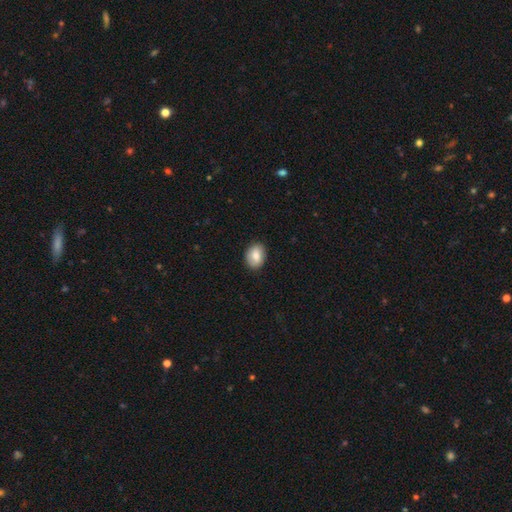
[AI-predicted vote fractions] A smooth galaxy with no disk features (79%) that is in between round and cigar-shaped (68%). Merging: none (87%).